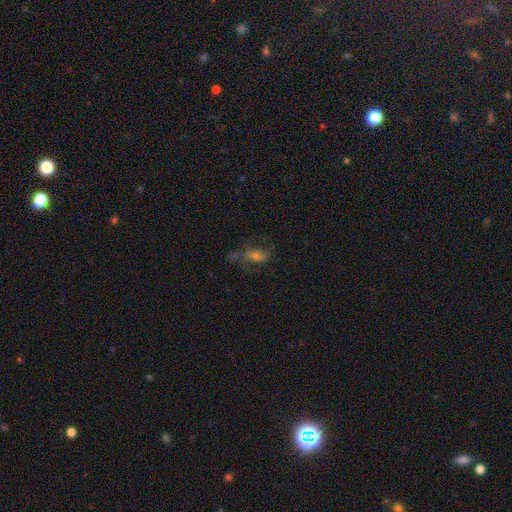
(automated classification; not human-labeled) Smooth or featured? Predicted: featured or disk (p=0.46). Merging? Predicted: none (p=0.49).